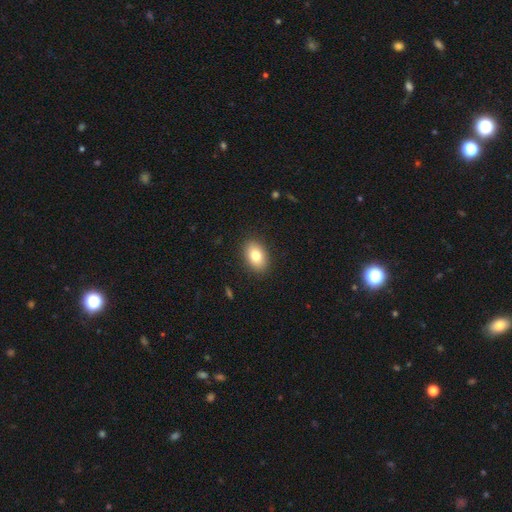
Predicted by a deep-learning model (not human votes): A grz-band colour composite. It shows a smooth galaxy with no disk features (80%) that is in between round and cigar-shaped (85%). Merging: none (89%).